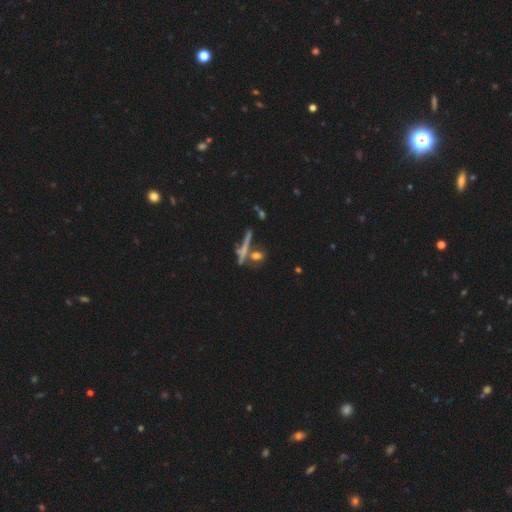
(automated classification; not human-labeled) A smooth galaxy with no disk features (48%).

Vote fractions:
- Smooth or featured? smooth: 48% / featured or disk: 33% / star or artifact: 19%
- Merging? none: 59% / merger: 24% / minor disturbance: 11% / major disturbance: 6%